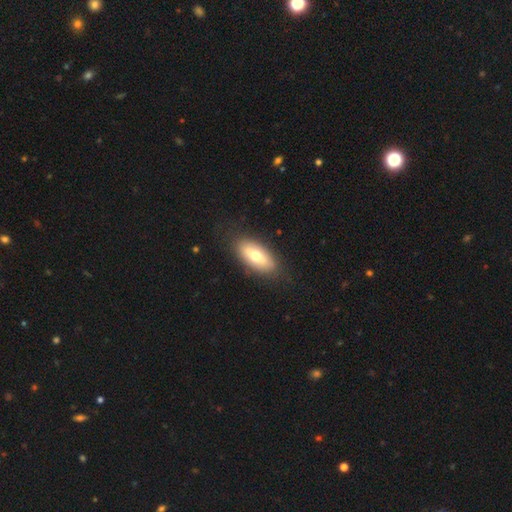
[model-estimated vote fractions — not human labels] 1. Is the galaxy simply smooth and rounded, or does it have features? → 65% smooth, 29% featured or disk, 6% star or artifact.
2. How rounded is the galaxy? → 86% in between, 11% cigar-shaped, 3% round.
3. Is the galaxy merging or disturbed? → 84% none, 12% minor disturbance, 3% major disturbance, 1% merger.